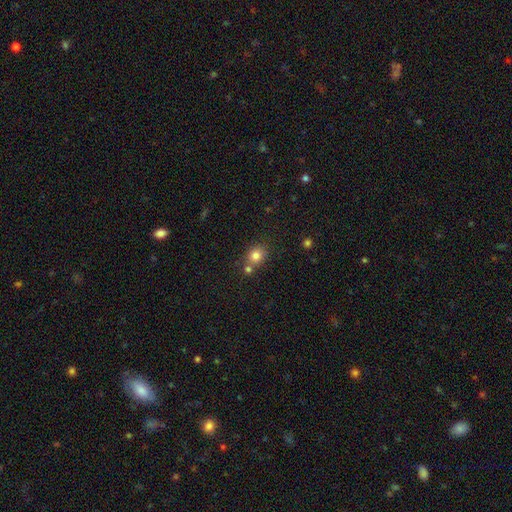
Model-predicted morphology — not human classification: Q: Smooth or featured?
A: smooth (80%); runner-up: star or artifact (12%)
Q: How rounded?
A: round (71%); runner-up: in between (28%)
Q: Merging?
A: none (61%); runner-up: merger (25%)